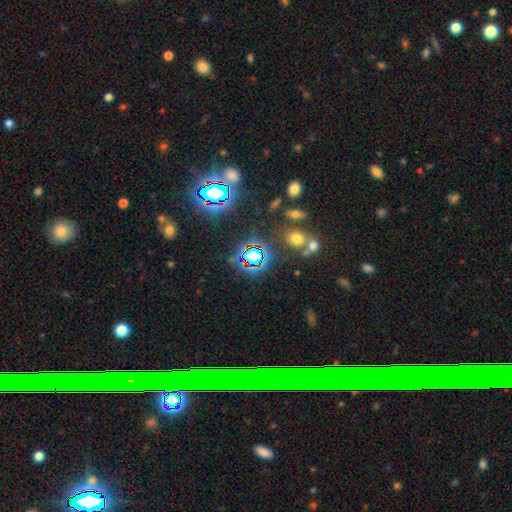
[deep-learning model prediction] This is likely a star or artifact rather than a galaxy (69%).